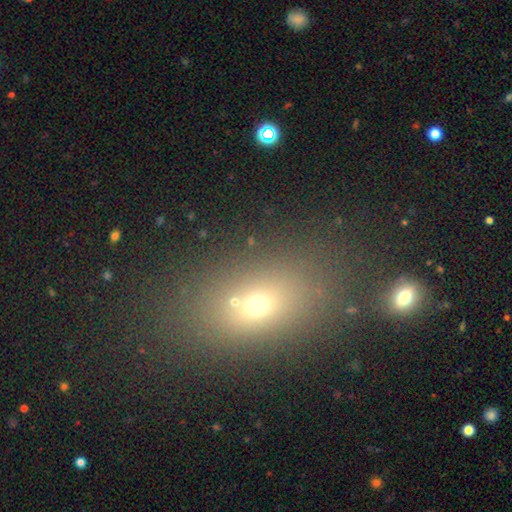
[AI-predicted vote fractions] Smooth or featured: smooth — 55% (star or artifact — 29%)
How rounded: in between — 66% (round — 30%)
Merging: none — 71% (merger — 13%)